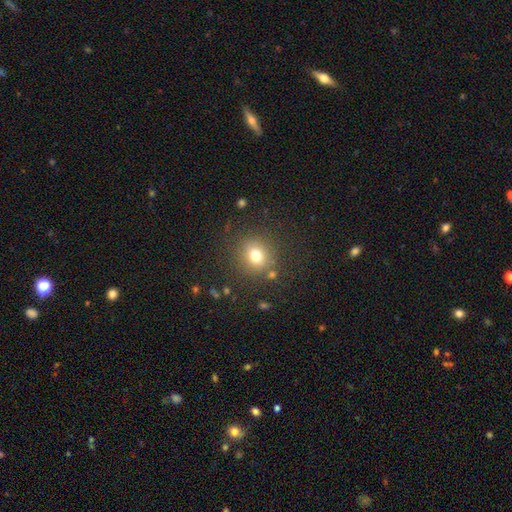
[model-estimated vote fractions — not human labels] smooth-or-featured: smooth: 76% | star or artifact: 15% | featured or disk: 9%
  how-rounded: round: 83% | in between: 16% | cigar-shaped: 1%
  merging: none: 82% | minor disturbance: 10% | major disturbance: 4% | merger: 4%